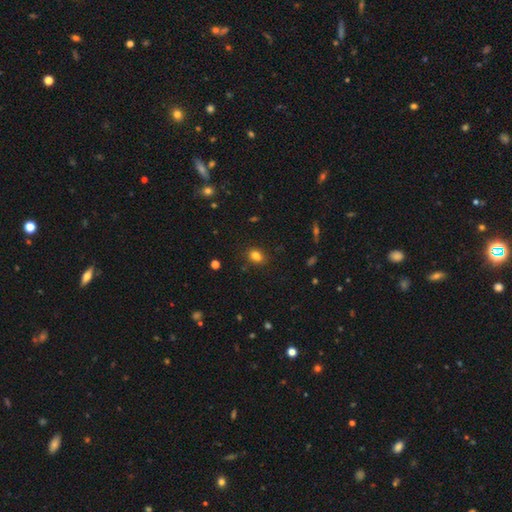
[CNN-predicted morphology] This is clearly a smooth galaxy (81%). How rounded: likely in between (64%). Merging: clearly none (83%).